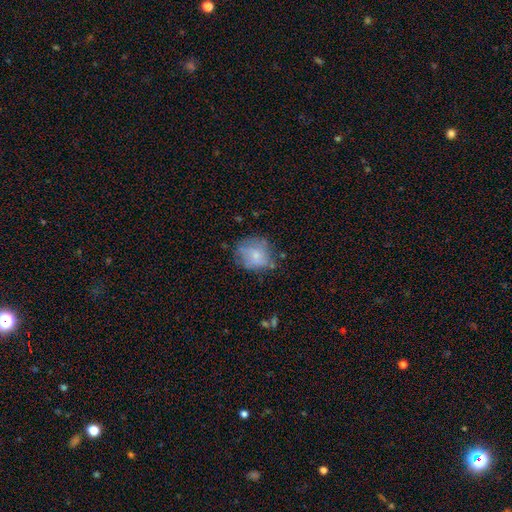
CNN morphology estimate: Q: Smooth or featured?
A: smooth (65%); runner-up: featured or disk (26%)
Q: How rounded?
A: round (73%); runner-up: in between (26%)
Q: Merging?
A: none (58%); runner-up: minor disturbance (28%)